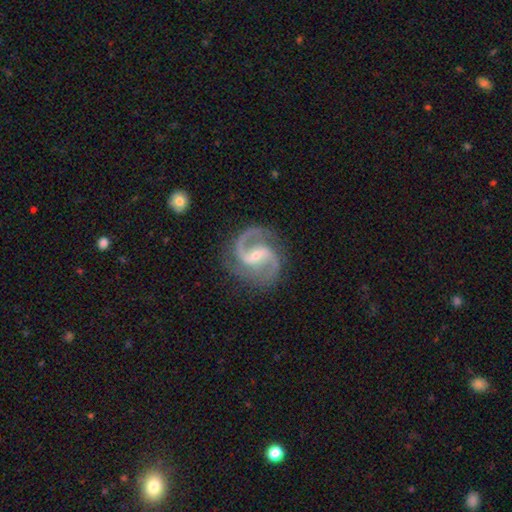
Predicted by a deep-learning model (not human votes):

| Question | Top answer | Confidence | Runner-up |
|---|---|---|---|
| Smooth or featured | featured or disk | 93% | star or artifact (4%) |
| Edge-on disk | no | 98% | yes (2%) |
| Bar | weak | 47% | strong (33%) |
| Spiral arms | yes | 99% | no (1%) |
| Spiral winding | medium | 66% | loose (18%) |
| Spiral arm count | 2 | 93% | 3 (2%) |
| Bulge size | small | 62% | moderate (33%) |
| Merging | none | 82% | minor disturbance (12%) |